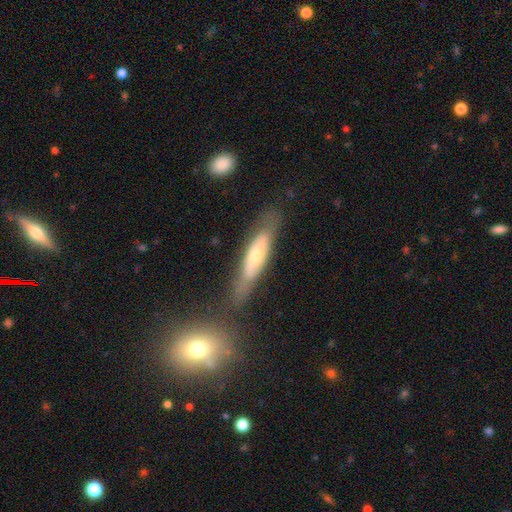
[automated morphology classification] This appears to be a featured or disk galaxy (47%). Merging: none (57%).